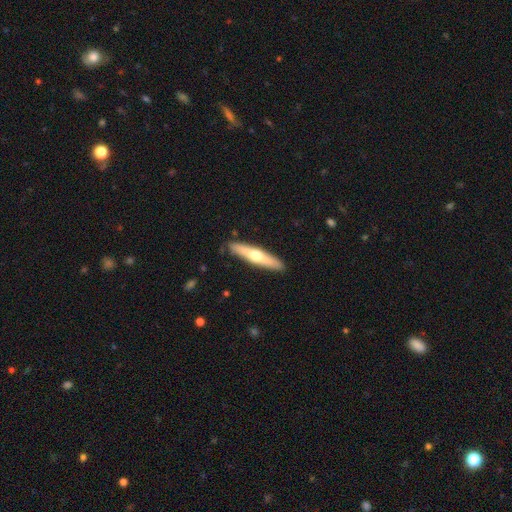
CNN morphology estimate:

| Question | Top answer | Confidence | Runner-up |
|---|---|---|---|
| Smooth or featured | featured or disk | 48% | smooth (47%) |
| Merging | none | 90% | minor disturbance (7%) |